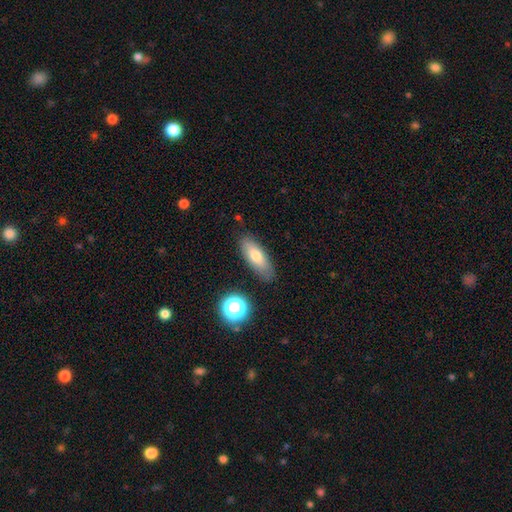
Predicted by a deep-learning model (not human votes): Smooth or featured? smooth (73%)
How rounded? in between (67%)
Merging? none (81%)